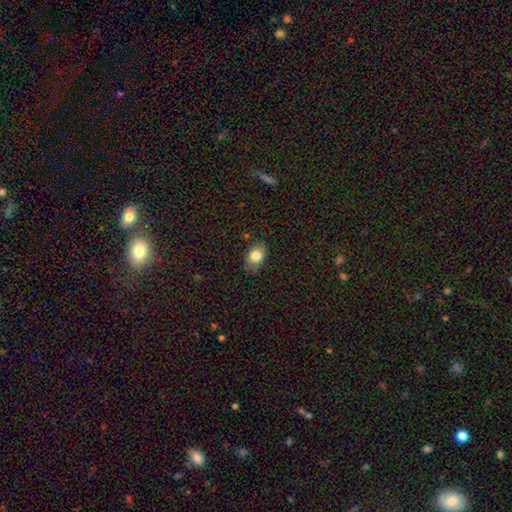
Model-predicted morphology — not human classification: This is clearly a smooth galaxy (82%). How rounded: likely in between (78%). Merging: clearly none (81%).